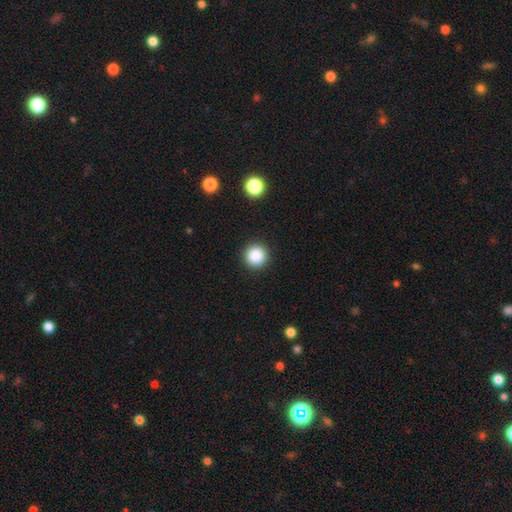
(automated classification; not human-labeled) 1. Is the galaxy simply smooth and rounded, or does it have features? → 86% smooth, 10% star or artifact, 3% featured or disk.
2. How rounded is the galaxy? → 96% round, 3% in between, 1% cigar-shaped.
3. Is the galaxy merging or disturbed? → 92% none, 5% minor disturbance, 2% major disturbance, 1% merger.